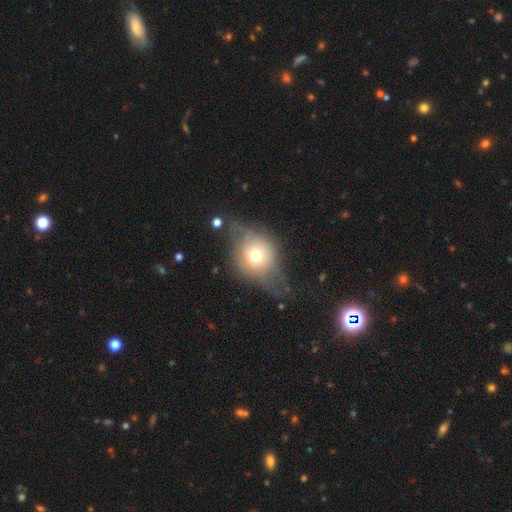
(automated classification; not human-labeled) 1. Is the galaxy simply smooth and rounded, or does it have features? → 56% smooth, 34% featured or disk, 11% star or artifact.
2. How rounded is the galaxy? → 59% round, 39% in between, 3% cigar-shaped.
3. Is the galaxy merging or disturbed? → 41% none, 28% minor disturbance, 28% major disturbance, 3% merger.